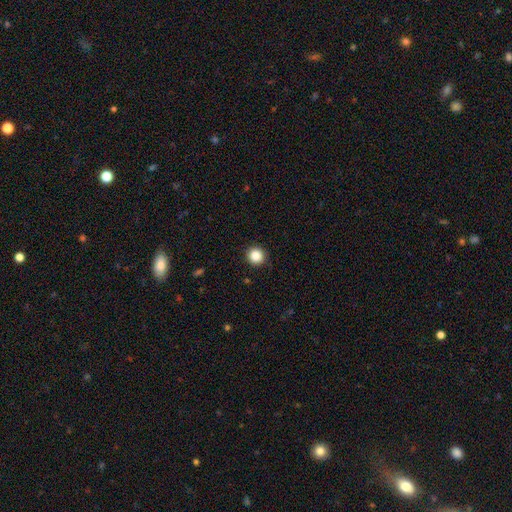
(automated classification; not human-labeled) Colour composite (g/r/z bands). It shows a smooth galaxy with no disk features (86%) that is round (94%). Merging: none (91%).